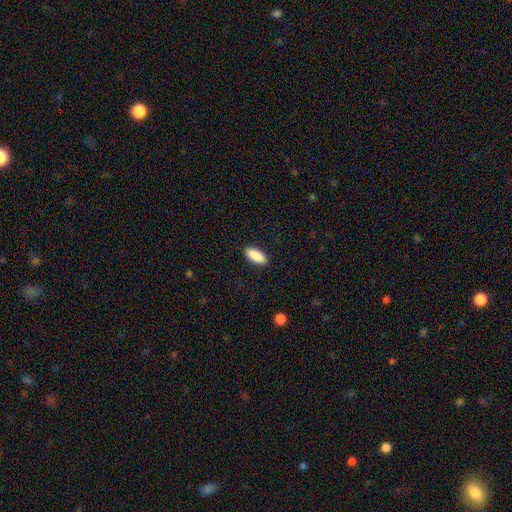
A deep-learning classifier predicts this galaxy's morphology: Smooth or featured: smooth — 89% (star or artifact — 6%)
How rounded: in between — 76% (cigar-shaped — 22%)
Merging: none — 90% (minor disturbance — 7%)